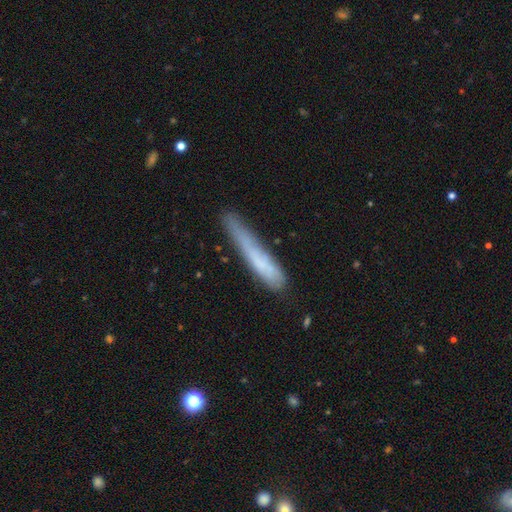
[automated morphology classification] Smooth or featured? Predicted: smooth (p=0.63). How rounded? Predicted: cigar-shaped (p=0.94). Merging? Predicted: none (p=0.61).